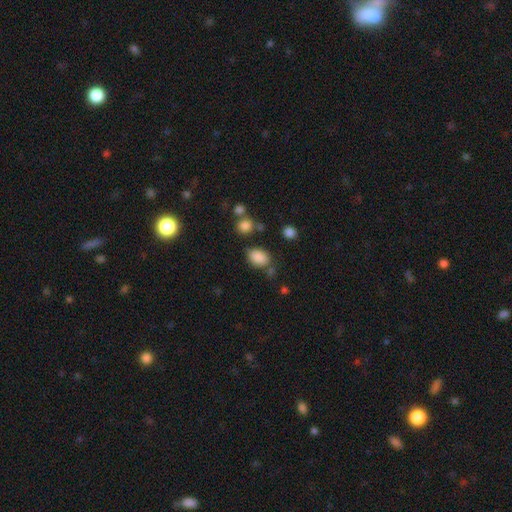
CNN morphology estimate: Smooth or featured: smooth — 85% (star or artifact — 11%)
How rounded: in between — 78% (round — 21%)
Merging: none — 69% (minor disturbance — 17%)